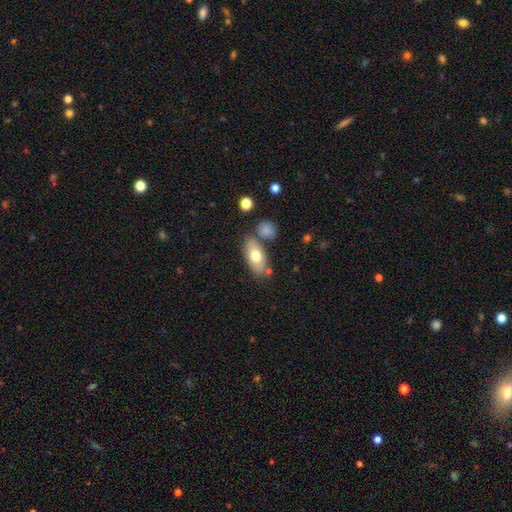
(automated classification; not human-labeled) Smooth or featured?
  - smooth: 72% *
  - featured or disk: 21%
  - star or artifact: 7%
How rounded?
  - in between: 88% *
  - cigar-shaped: 8%
  - round: 4%
Merging?
  - none: 72% *
  - minor disturbance: 13%
  - merger: 11%
  - major disturbance: 3%